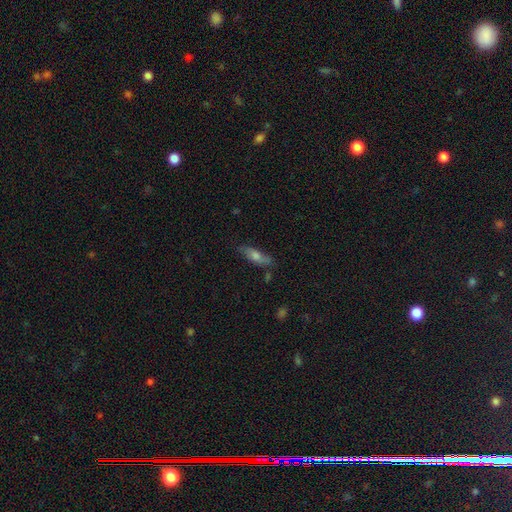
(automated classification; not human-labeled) Smooth or featured? smooth (53%)
How rounded? cigar-shaped (51%)
Merging? none (74%)